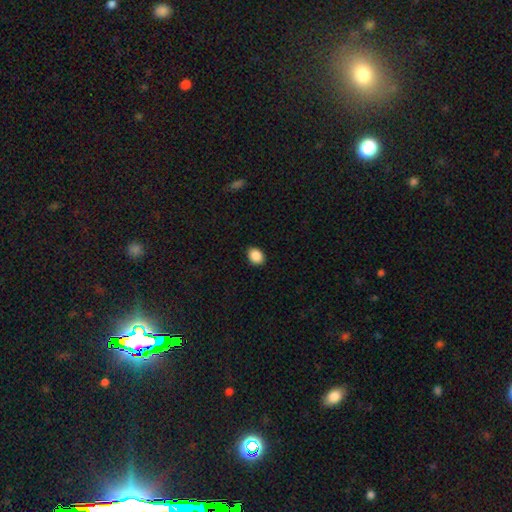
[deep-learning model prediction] Smooth or featured? smooth (89%)
How rounded? in between (60%)
Merging? none (89%)